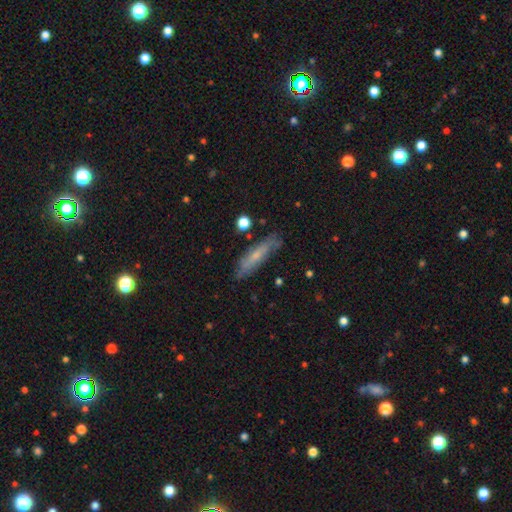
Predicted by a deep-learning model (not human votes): Morphology: type=smooth (49%); merging=none (76%).